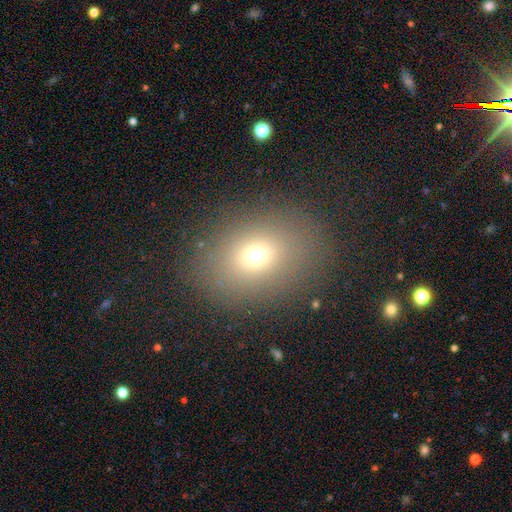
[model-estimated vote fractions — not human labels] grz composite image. It shows a smooth galaxy with no disk features (68%) that is in between round and cigar-shaped (58%). Merging: none (84%).